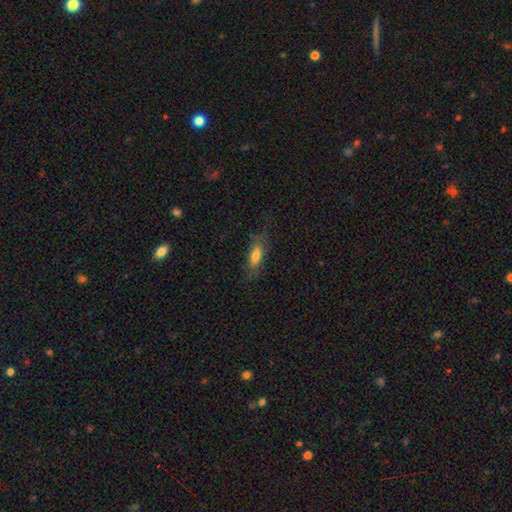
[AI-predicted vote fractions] Smooth or featured? smooth (68%)
How rounded? in between (66%)
Merging? none (61%)